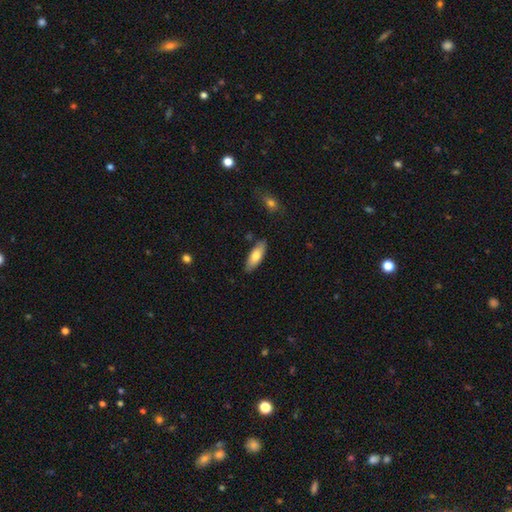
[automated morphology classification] type=smooth (74%); roundness=in between (67%); merging=none (84%).